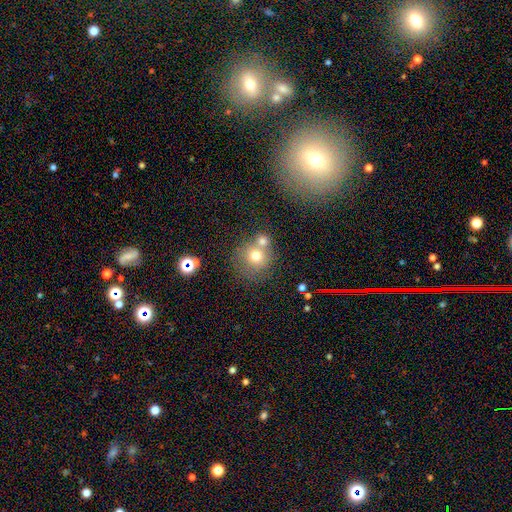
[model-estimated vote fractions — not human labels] This is likely a smooth galaxy (70%). How rounded: clearly round (87%). Merging: possibly none (48%).